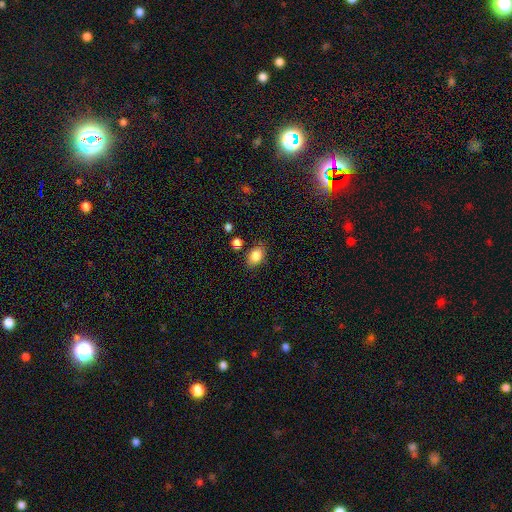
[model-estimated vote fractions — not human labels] Smooth or featured? Predicted: smooth (p=0.85). How rounded? Predicted: in between (p=0.82). Merging? Predicted: none (p=0.80).